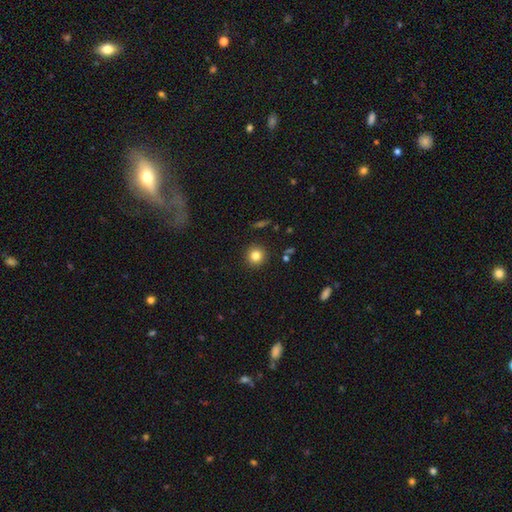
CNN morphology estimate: Smooth or featured: smooth — 82% (star or artifact — 11%)
How rounded: round — 93% (in between — 6%)
Merging: none — 92% (minor disturbance — 5%)